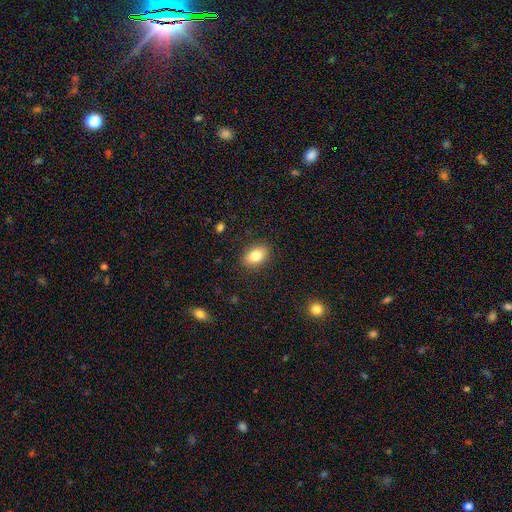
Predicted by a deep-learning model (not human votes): A smooth galaxy with no disk features (82%) that is in between round and cigar-shaped (85%). Merging: none (88%).